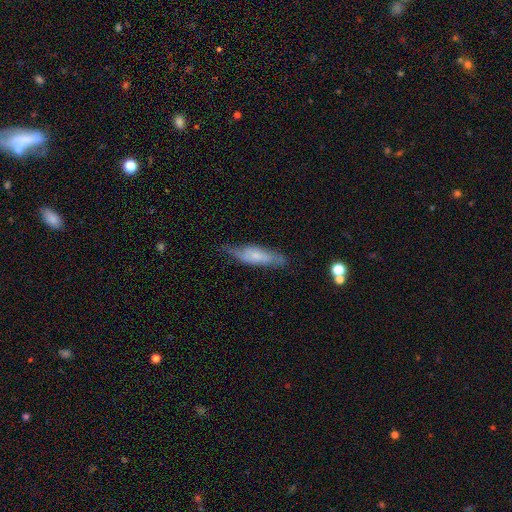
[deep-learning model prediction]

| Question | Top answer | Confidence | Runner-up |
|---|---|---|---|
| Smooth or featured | smooth | 49% | featured or disk (44%) |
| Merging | none | 62% | minor disturbance (28%) |